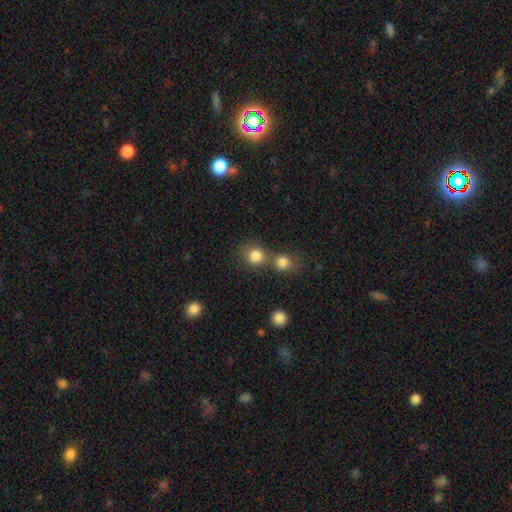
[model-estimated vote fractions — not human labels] smooth 83%, star or artifact 11%, featured or disk 6%. Down the decision tree: how rounded — round (87%); merging — none (54%).